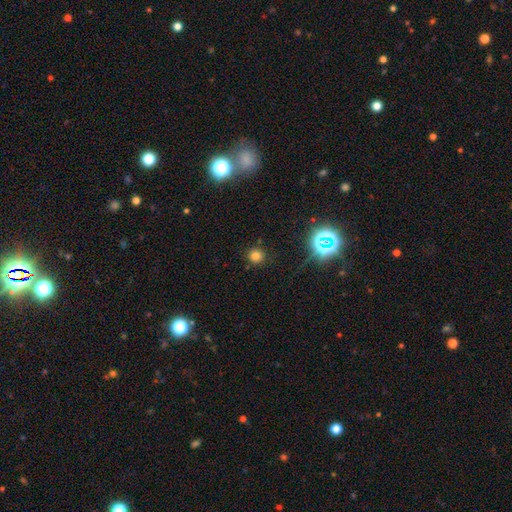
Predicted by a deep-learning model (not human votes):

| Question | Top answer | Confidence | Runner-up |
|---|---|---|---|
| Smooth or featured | smooth | 75% | star or artifact (20%) |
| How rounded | round | 92% | in between (7%) |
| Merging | none | 87% | minor disturbance (8%) |